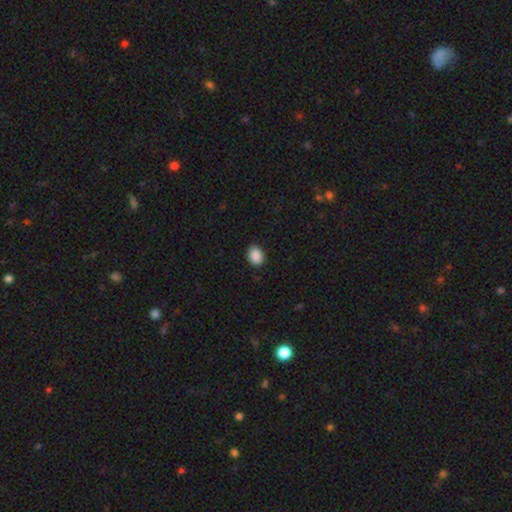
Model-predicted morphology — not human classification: A smooth galaxy with no disk features (90%) that is in between round and cigar-shaped (63%).

Vote fractions:
- Smooth or featured? smooth: 90% / star or artifact: 8% / featured or disk: 2%
- How rounded? in between: 63% / round: 36% / cigar-shaped: 1%
- Merging? none: 88% / minor disturbance: 9% / major disturbance: 2% / merger: 1%